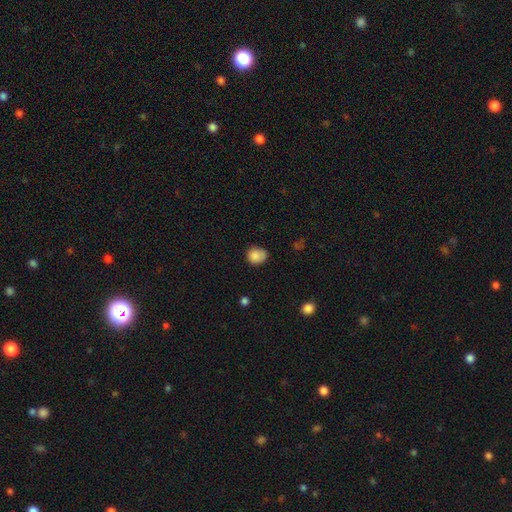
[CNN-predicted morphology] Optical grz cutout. It shows a smooth galaxy with no disk features (85%) that is round (67%). Merging: none (62%).